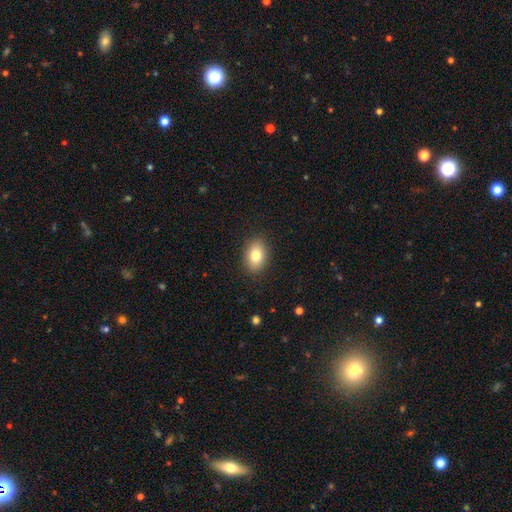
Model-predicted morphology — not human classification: smooth_or_featured: smooth (p=0.80) [alt: featured or disk p=0.11]
how_rounded: in between (p=0.81) [alt: round p=0.18]
merging: none (p=0.88) [alt: minor disturbance p=0.08]